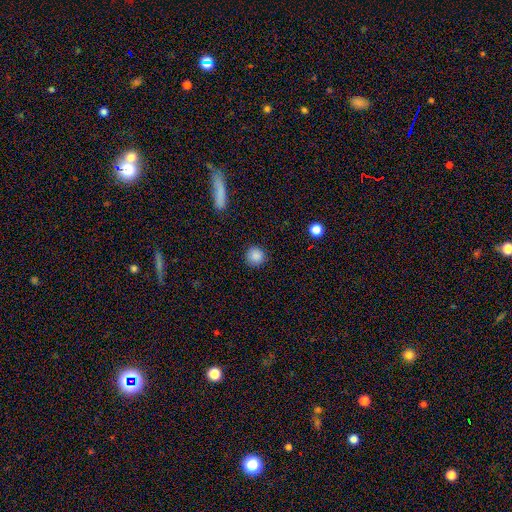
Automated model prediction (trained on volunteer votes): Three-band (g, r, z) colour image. It shows a smooth galaxy with no disk features (87%) that is round (93%). Merging: none (90%).